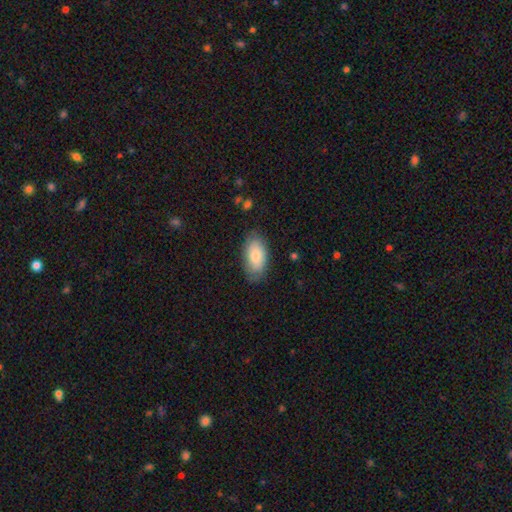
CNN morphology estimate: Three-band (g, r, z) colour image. It shows a smooth galaxy with no disk features (82%) that is in between round and cigar-shaped (94%). Merging: none (80%).